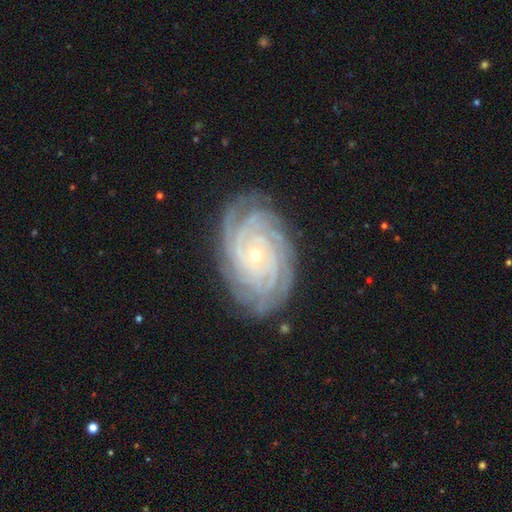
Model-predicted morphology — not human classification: Overall: featured or disk (91%). Edge-on disk: no (97%). Bar: no (77%). Spiral arms: yes (98%). Spiral arm count: more than 4 (27%, tied with 4). Spiral winding: tight (87%). Bulge size: small (71%). Merging: none (83%).